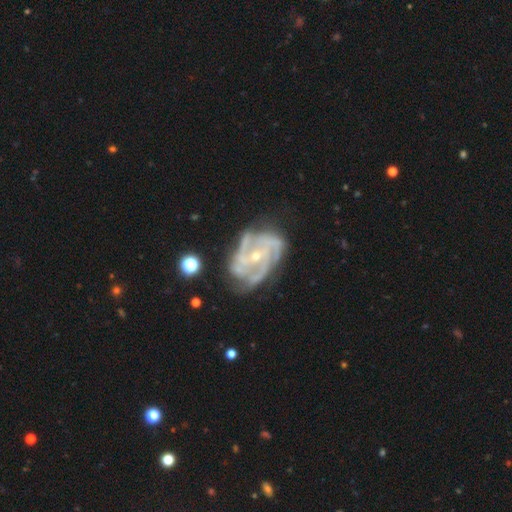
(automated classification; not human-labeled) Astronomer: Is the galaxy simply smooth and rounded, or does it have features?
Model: featured or disk — 90%.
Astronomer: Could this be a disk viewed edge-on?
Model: no — 97%.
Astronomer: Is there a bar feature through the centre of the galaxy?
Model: no — 54% (runner-up: weak, 32%).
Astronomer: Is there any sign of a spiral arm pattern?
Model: yes — 96%.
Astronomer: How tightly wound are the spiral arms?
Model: medium — 46% (runner-up: tight, 44%).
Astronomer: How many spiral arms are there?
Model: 3 — 41% (runner-up: 4, 19%).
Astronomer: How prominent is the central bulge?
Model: small — 69%.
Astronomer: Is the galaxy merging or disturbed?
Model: none — 60%.